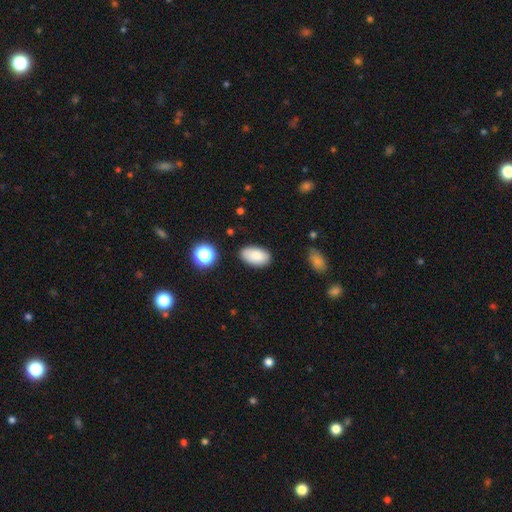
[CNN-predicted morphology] smooth-or-featured: smooth: 85% | star or artifact: 8% | featured or disk: 7%
  how-rounded: in between: 94% | round: 5% | cigar-shaped: 2%
  merging: none: 82% | minor disturbance: 13% | major disturbance: 3% | merger: 2%